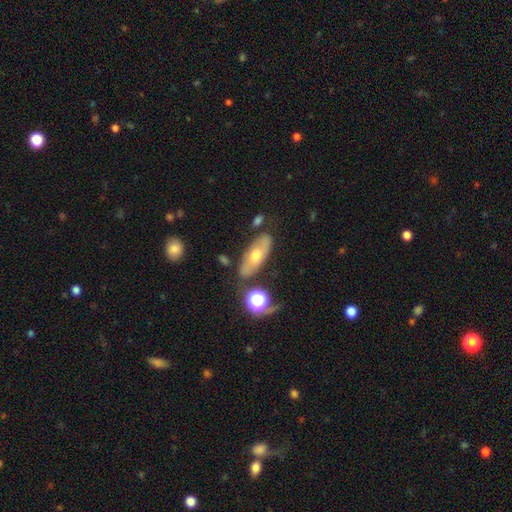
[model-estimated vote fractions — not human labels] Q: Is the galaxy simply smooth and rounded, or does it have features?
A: featured or disk — 48%.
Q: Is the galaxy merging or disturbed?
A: none — 70%.